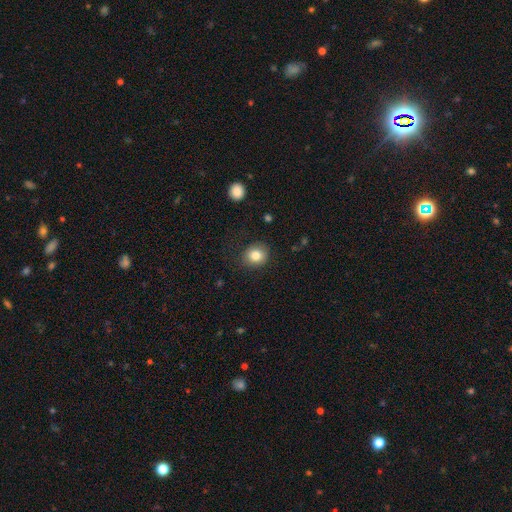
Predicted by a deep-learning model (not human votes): Overall: smooth (82%). How rounded: round (80%). Merging: none (84%).